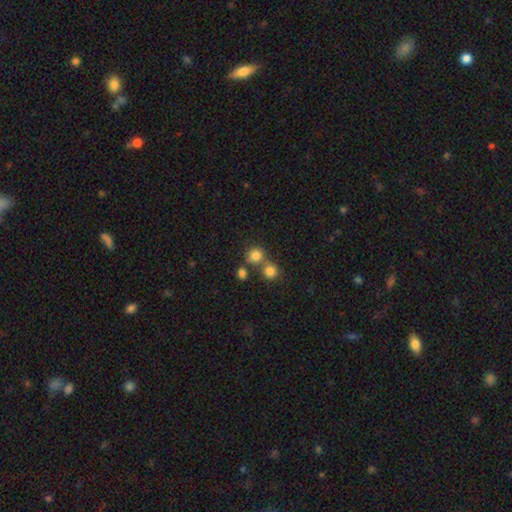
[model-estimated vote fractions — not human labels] A smooth galaxy with no disk features (80%) that is round (86%).

Vote fractions:
- Smooth or featured? smooth: 80% / star or artifact: 13% / featured or disk: 7%
- How rounded? round: 86% / in between: 13% / cigar-shaped: 1%
- Merging? none: 58% / merger: 30% / minor disturbance: 8% / major disturbance: 3%